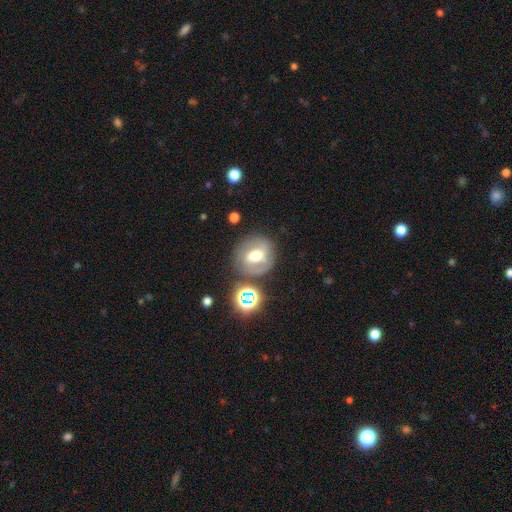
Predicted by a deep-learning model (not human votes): Morphology: type=featured or disk (50%); edge-on=no (94%); merging=none (71%).